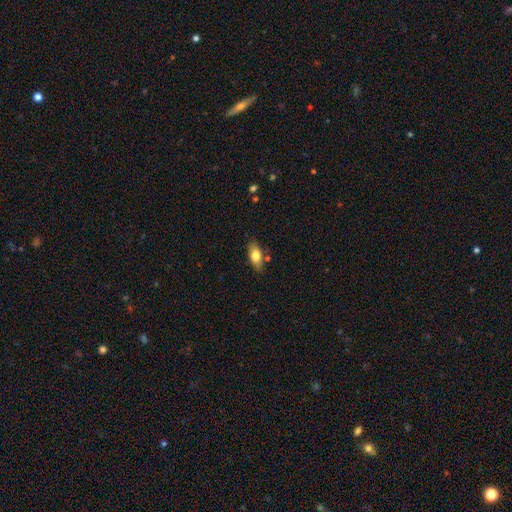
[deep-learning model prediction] Smooth or featured?
  - smooth: 75% *
  - featured or disk: 18%
  - star or artifact: 7%
How rounded?
  - in between: 85% *
  - cigar-shaped: 11%
  - round: 4%
Merging?
  - none: 79% *
  - minor disturbance: 15%
  - merger: 4%
  - major disturbance: 3%